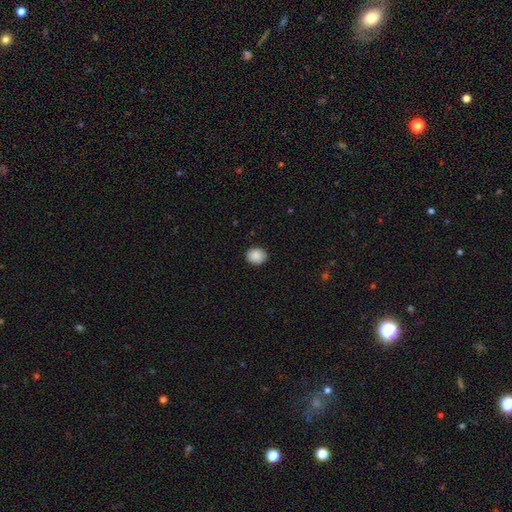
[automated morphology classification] Overall: smooth (89%). How rounded: round (66%; in between 34%). Merging: none (88%).